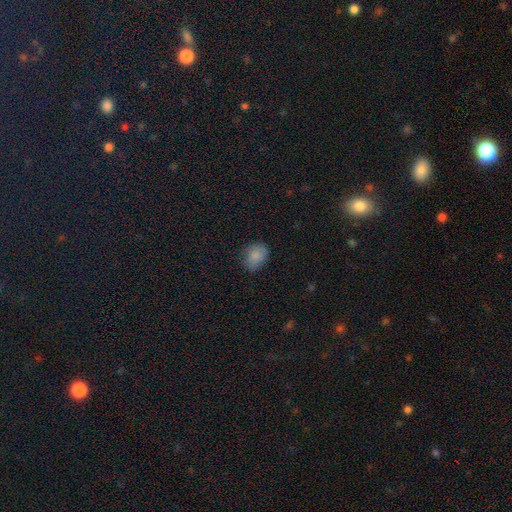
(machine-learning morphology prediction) Smooth or featured: smooth — 84% (star or artifact — 8%)
How rounded: in between — 53% (round — 46%)
Merging: none — 75% (minor disturbance — 20%)